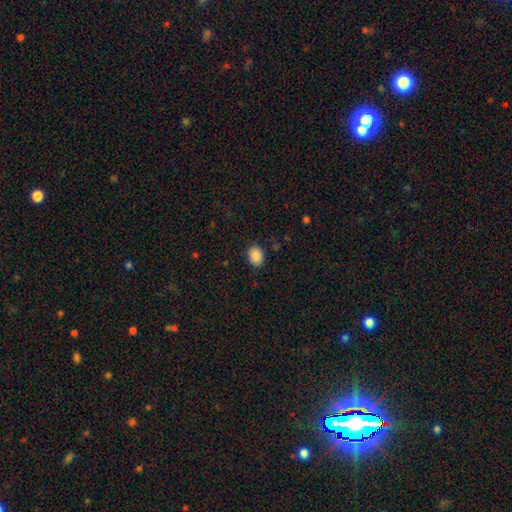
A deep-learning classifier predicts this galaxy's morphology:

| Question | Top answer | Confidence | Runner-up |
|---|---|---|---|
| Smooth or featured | smooth | 89% | star or artifact (9%) |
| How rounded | in between | 64% | round (35%) |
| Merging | none | 87% | minor disturbance (10%) |